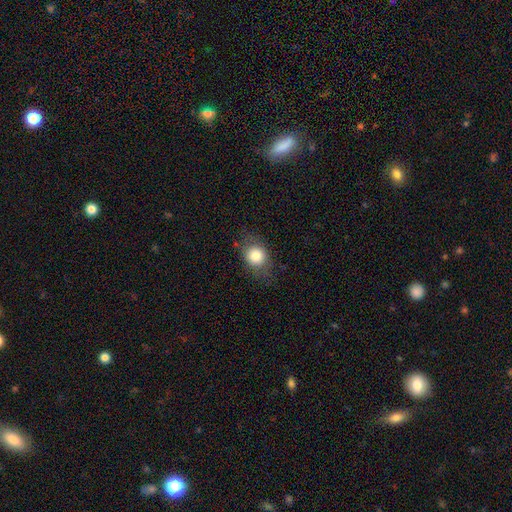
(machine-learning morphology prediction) Smooth or featured? smooth (81%)
How rounded? round (59%)
Merging? none (73%)